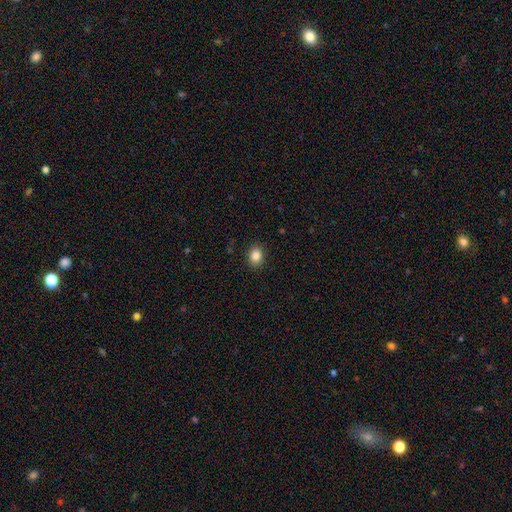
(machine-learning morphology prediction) Q: Smooth or featured?
A: smooth (85%); runner-up: star or artifact (10%)
Q: How rounded?
A: in between (55%); runner-up: round (44%)
Q: Merging?
A: none (90%); runner-up: minor disturbance (7%)